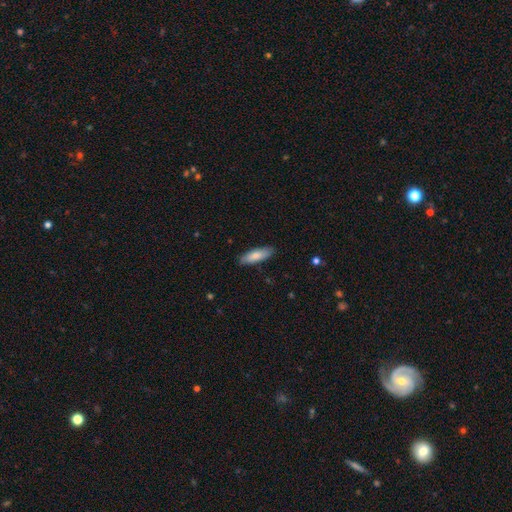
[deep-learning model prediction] Smooth or featured? smooth (81%)
How rounded? in between (50%)
Merging? none (87%)